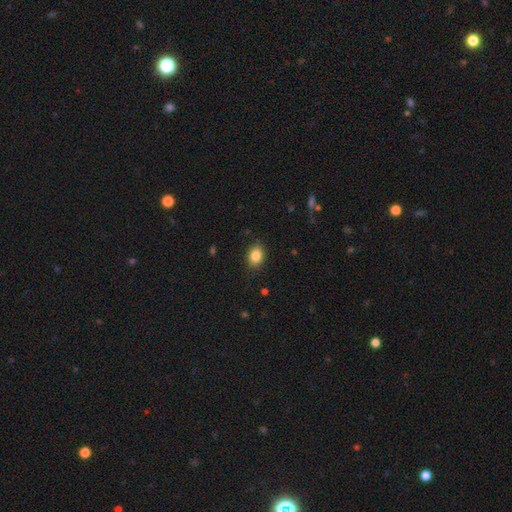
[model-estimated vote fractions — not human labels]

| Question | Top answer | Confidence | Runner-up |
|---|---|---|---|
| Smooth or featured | smooth | 85% | star or artifact (9%) |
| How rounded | in between | 66% | round (33%) |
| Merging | none | 87% | minor disturbance (10%) |